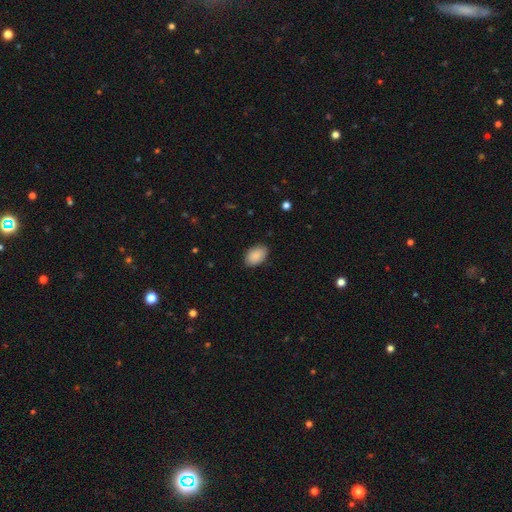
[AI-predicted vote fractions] Morphology: type=smooth (89%); roundness=in between (91%); merging=none (86%).